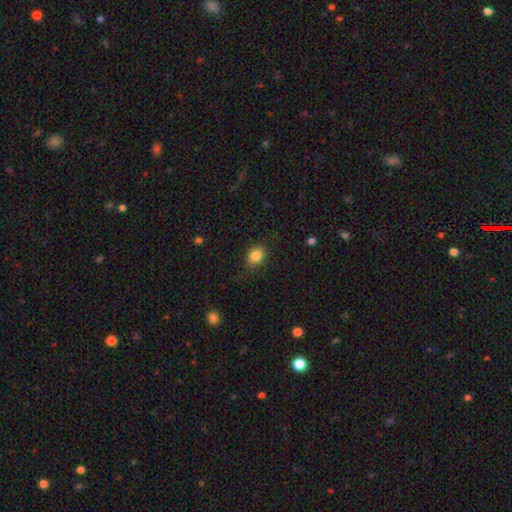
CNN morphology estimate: Smooth or featured?
  - smooth: 84% *
  - star or artifact: 10%
  - featured or disk: 6%
How rounded?
  - in between: 51% *
  - round: 48%
  - cigar-shaped: 1%
Merging?
  - none: 80% *
  - minor disturbance: 15%
  - major disturbance: 4%
  - merger: 1%